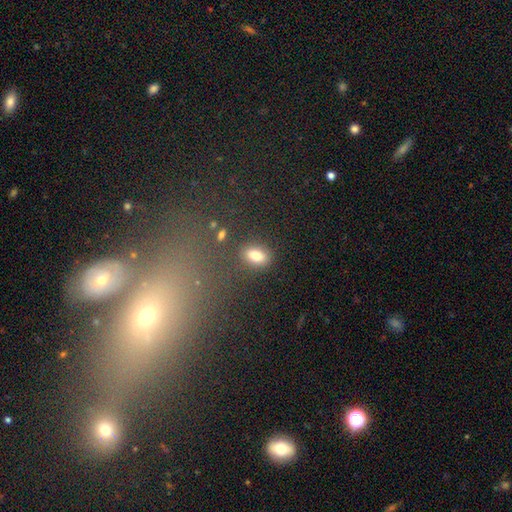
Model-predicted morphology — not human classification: Smooth or featured?
  - smooth: 79% *
  - star or artifact: 11%
  - featured or disk: 10%
How rounded?
  - in between: 80% *
  - round: 17%
  - cigar-shaped: 3%
Merging?
  - none: 81% *
  - minor disturbance: 11%
  - merger: 4%
  - major disturbance: 4%